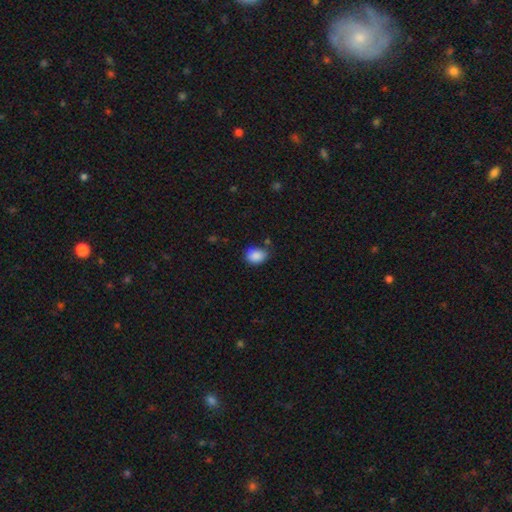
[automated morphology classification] type=smooth (88%); roundness=in between (65%); merging=none (70%).